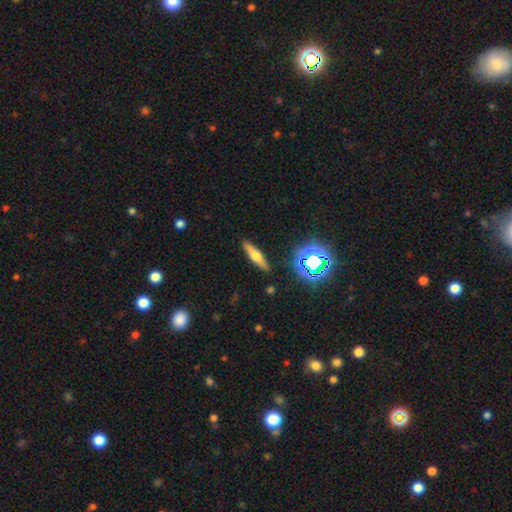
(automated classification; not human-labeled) Q: Smooth or featured?
A: featured or disk (45%); runner-up: smooth (43%)
Q: Merging?
A: none (89%); runner-up: minor disturbance (7%)